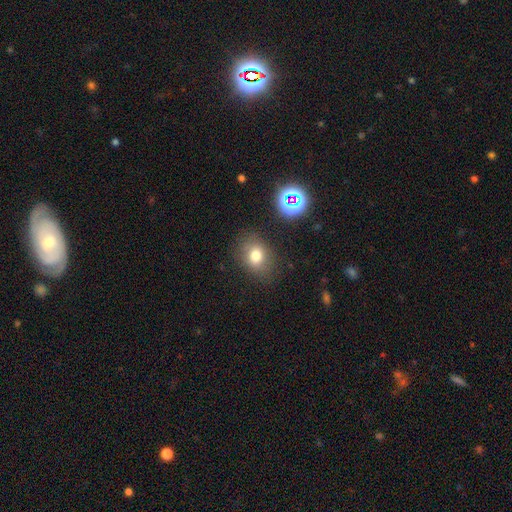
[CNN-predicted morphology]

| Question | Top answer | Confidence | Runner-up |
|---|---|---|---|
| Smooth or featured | smooth | 76% | star or artifact (14%) |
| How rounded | in between | 55% | round (44%) |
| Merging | none | 78% | minor disturbance (14%) |